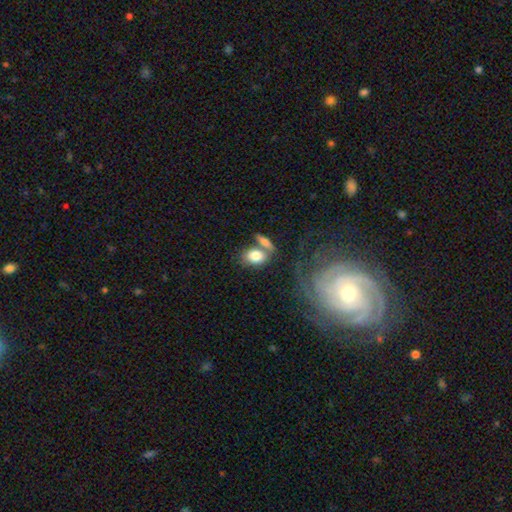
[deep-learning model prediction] Morphology: type=smooth (79%); roundness=in between (79%); merging=none (45%).